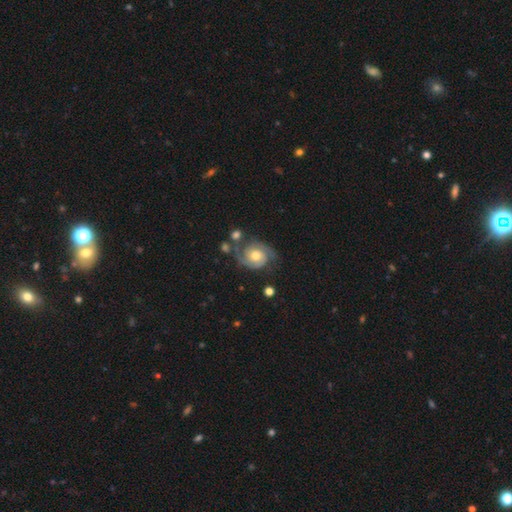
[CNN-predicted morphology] This is clearly a featured or disk galaxy (85%). It is clearly not viewed edge-on (98%). Bar: likely no (74%). Spiral arm pattern: clearly yes (97%). Spiral arm count: clearly 2 (88%). Spiral winding: possibly tight (47%). Central bulge: likely moderate (72%). Merging: likely none (63%).